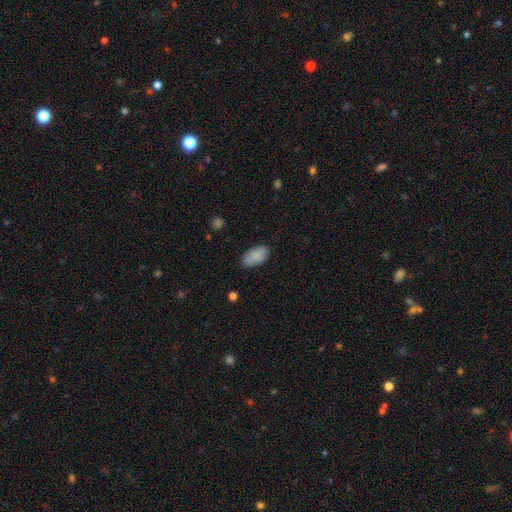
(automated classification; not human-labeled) smooth 87%, star or artifact 6%, featured or disk 6%. Down the decision tree: how rounded — in between (95%); merging — none (86%).